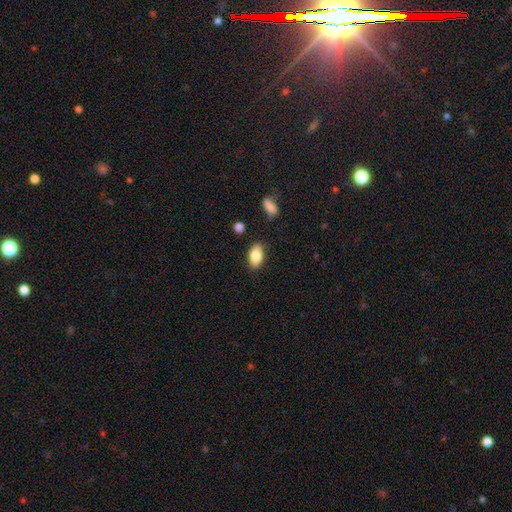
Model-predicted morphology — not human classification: Overall: smooth (83%). How rounded: in between (91%). Merging: none (83%).